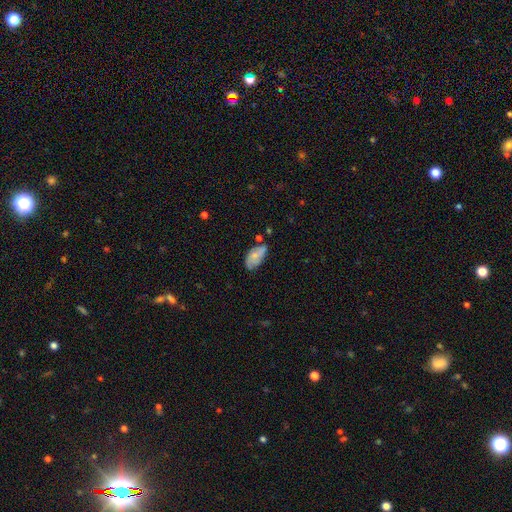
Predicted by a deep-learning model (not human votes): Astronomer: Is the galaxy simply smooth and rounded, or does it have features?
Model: smooth — 58% (runner-up: featured or disk, 34%).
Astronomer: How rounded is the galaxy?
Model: in between — 92%.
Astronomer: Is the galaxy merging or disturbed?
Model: none — 55% (runner-up: minor disturbance, 31%).